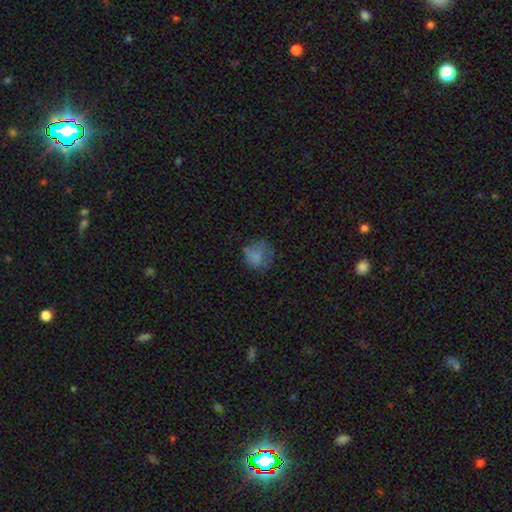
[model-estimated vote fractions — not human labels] Morphology: type=smooth (69%); roundness=round (74%); merging=none (53%).